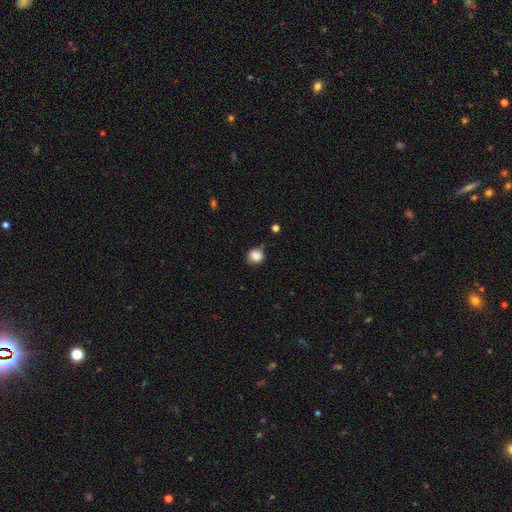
Overall: smooth (87%). How rounded: round (79%). Merging: none (57%; minor disturbance 29%).